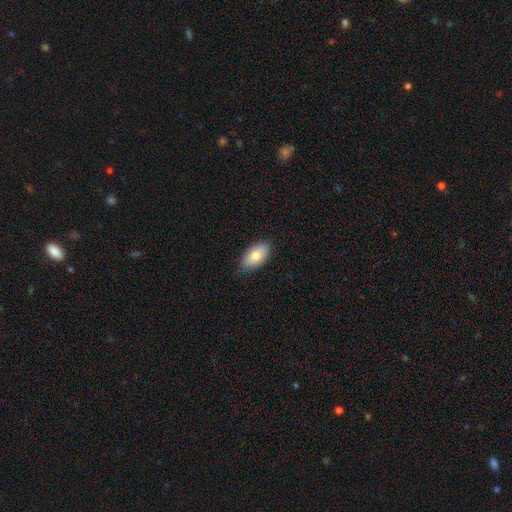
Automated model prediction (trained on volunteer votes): Smooth or featured? Predicted: smooth (p=0.78). How rounded? Predicted: in between (p=0.94). Merging? Predicted: none (p=0.86).